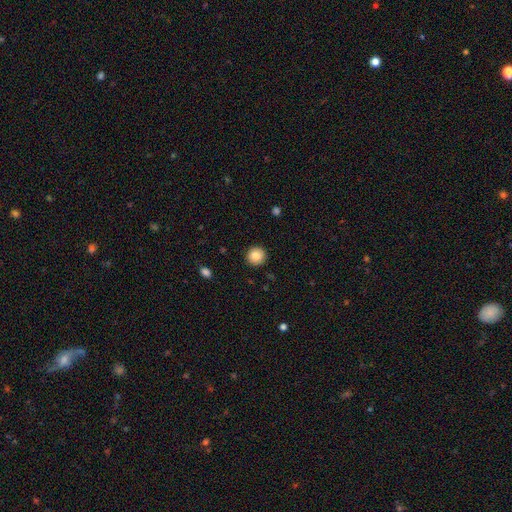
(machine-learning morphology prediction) Smooth or featured? Predicted: smooth (p=0.85). How rounded? Predicted: round (p=0.94). Merging? Predicted: none (p=0.92).